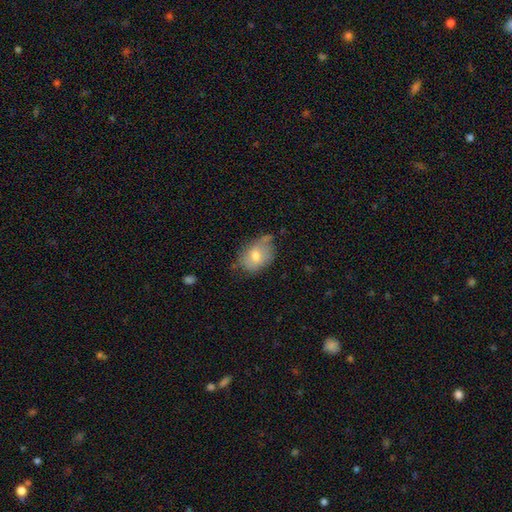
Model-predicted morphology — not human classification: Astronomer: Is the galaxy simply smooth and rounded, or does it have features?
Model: smooth — 68%.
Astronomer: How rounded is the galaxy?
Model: in between — 77%.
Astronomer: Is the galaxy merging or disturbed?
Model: none — 52% (runner-up: minor disturbance, 34%).